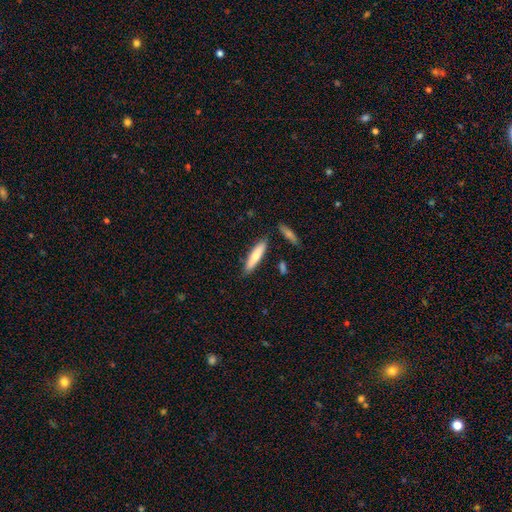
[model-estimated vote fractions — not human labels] Smooth or featured?
  - smooth: 71% *
  - featured or disk: 23%
  - star or artifact: 6%
How rounded?
  - cigar-shaped: 80% *
  - in between: 18%
  - round: 1%
Merging?
  - none: 83% *
  - minor disturbance: 11%
  - merger: 4%
  - major disturbance: 2%